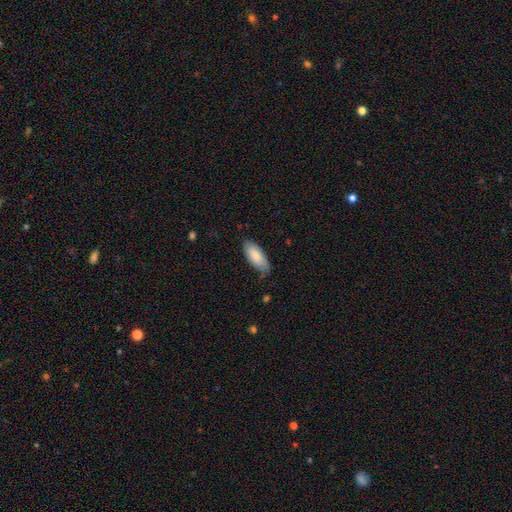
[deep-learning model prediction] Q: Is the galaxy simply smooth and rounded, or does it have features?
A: smooth — 80%.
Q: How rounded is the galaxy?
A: in between — 86%.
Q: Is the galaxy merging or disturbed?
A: none — 70%.